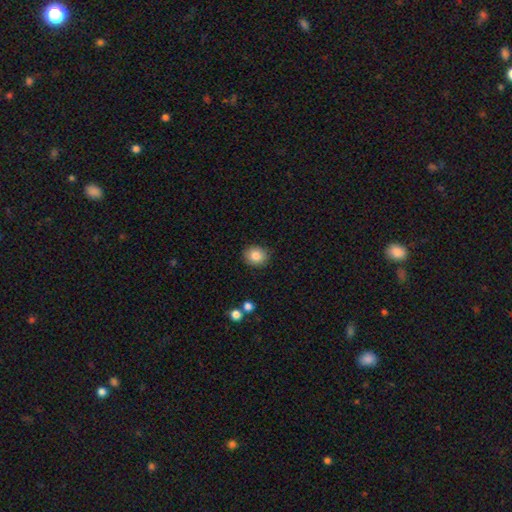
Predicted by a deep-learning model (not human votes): Smooth or featured: smooth — 84% (star or artifact — 9%)
How rounded: round — 75% (in between — 24%)
Merging: none — 87% (minor disturbance — 10%)